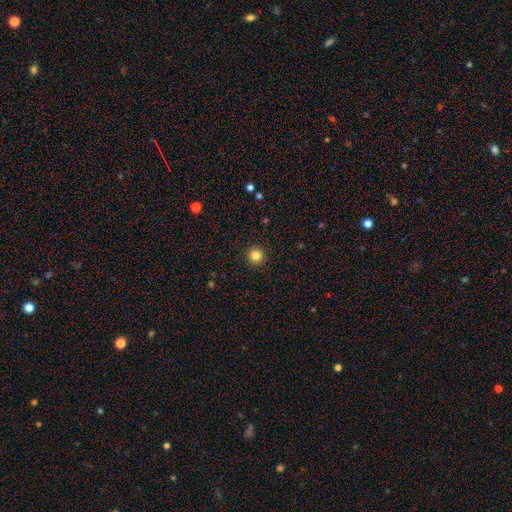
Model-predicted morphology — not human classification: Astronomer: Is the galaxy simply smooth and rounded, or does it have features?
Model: smooth — 83%.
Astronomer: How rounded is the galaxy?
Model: round — 95%.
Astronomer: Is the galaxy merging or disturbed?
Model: none — 93%.